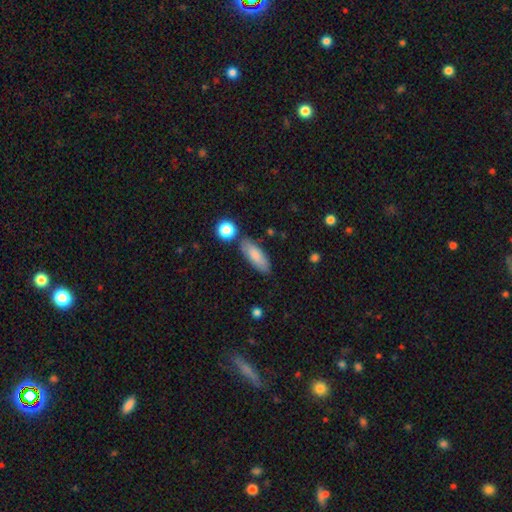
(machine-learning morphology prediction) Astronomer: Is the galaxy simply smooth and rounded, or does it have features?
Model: smooth — 81%.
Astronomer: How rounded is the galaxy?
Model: in between — 66%.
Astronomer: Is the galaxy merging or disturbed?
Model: none — 78%.